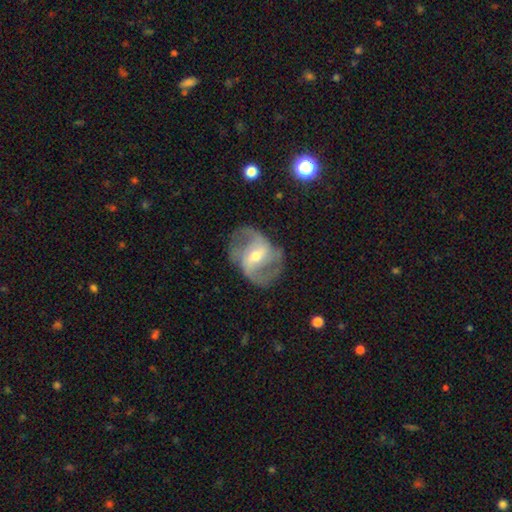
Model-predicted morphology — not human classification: Smooth or featured? Predicted: featured or disk (p=0.85). Edge-on disk? Predicted: no (p=0.97). Bar? Predicted: weak (p=0.46). Spiral arms? Predicted: yes (p=0.93). Spiral winding? Predicted: medium (p=0.49). Spiral arm count? Predicted: 2 (p=0.77). Bulge size? Predicted: moderate (p=0.54). Merging? Predicted: none (p=0.70).